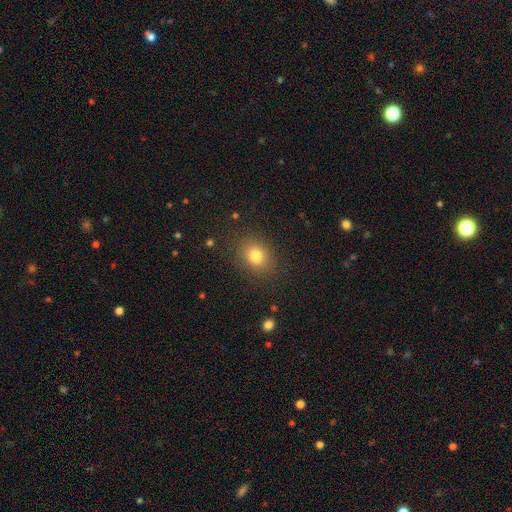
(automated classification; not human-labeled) Morphology: type=smooth (79%); roundness=in between (55%); merging=none (82%).